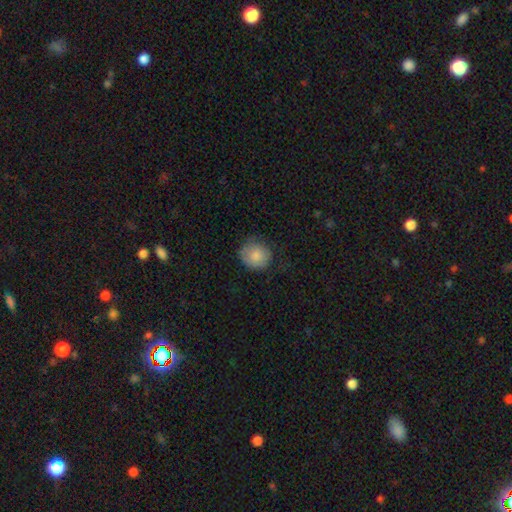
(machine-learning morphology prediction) A smooth galaxy with no disk features (83%) that is round (85%).

Vote fractions:
- Smooth or featured? smooth: 83% / featured or disk: 10% / star or artifact: 7%
- How rounded? round: 85% / in between: 14% / cigar-shaped: 1%
- Merging? none: 69% / minor disturbance: 23% / major disturbance: 7% / merger: 1%